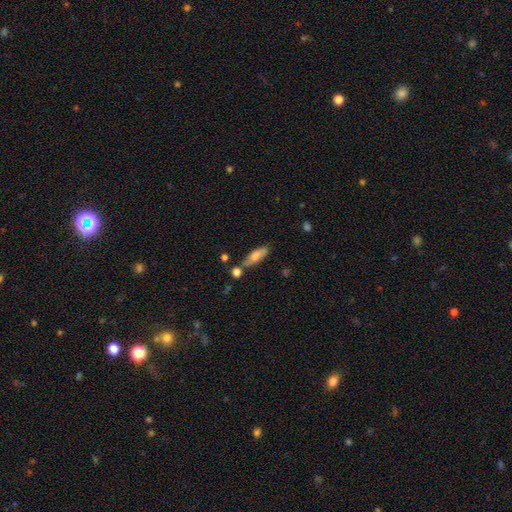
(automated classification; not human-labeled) smooth 65%, featured or disk 28%, star or artifact 7%. Down the decision tree: how rounded — in between (53%); merging — none (67%).